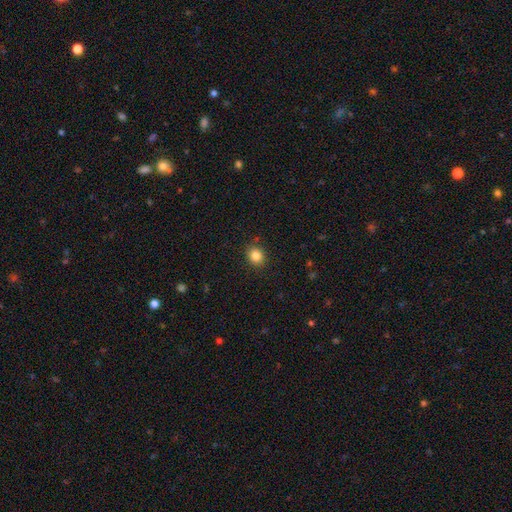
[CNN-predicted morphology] Smooth or featured? smooth (84%)
How rounded? round (71%)
Merging? none (89%)